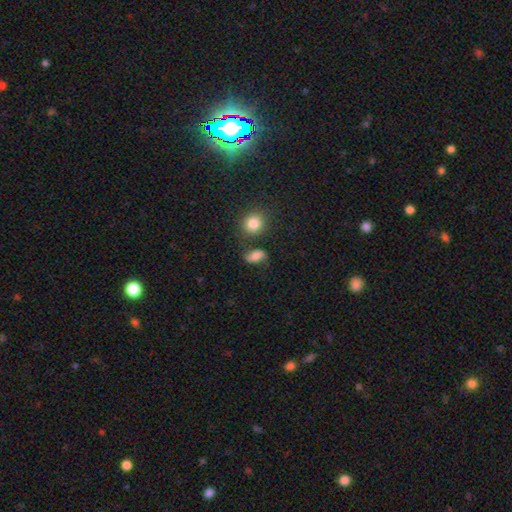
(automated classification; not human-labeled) smooth_or_featured: smooth (p=0.68) [alt: featured or disk p=0.19]
how_rounded: in between (p=0.76) [alt: round p=0.20]
merging: none (p=0.61) [alt: minor disturbance p=0.20]